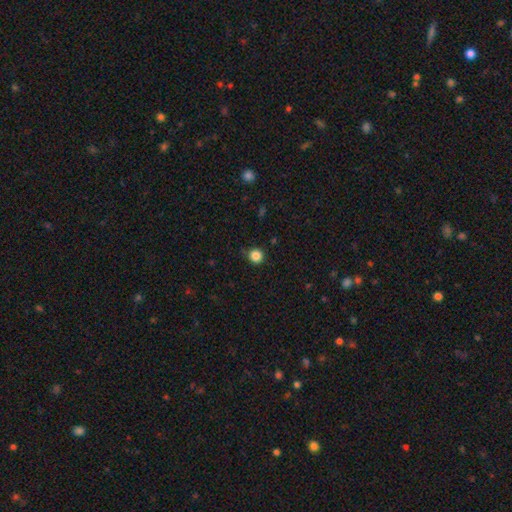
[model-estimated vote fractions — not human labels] Smooth or featured: smooth — 85% (star or artifact — 11%)
How rounded: round — 94% (in between — 5%)
Merging: none — 85% (minor disturbance — 11%)